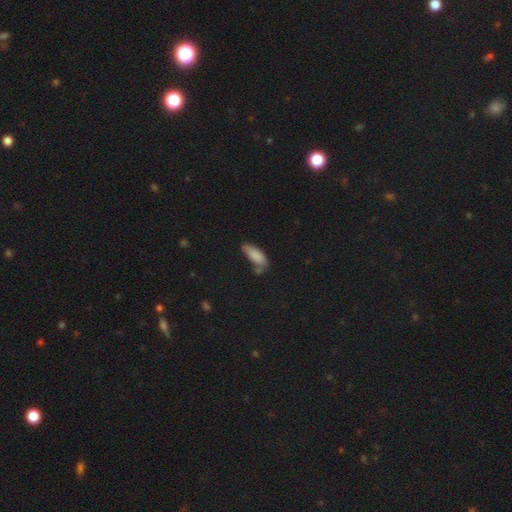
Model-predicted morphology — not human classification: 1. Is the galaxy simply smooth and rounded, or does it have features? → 83% smooth, 9% featured or disk, 8% star or artifact.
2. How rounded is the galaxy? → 74% in between, 24% cigar-shaped, 2% round.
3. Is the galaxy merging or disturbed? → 49% none, 29% minor disturbance, 12% merger, 9% major disturbance.